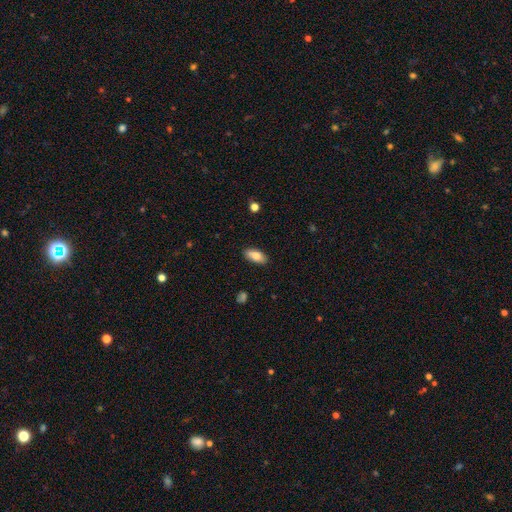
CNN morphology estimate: This appears to be a smooth galaxy with no disk features (83%) that is in between round and cigar-shaped (89%). Merging: none (87%).